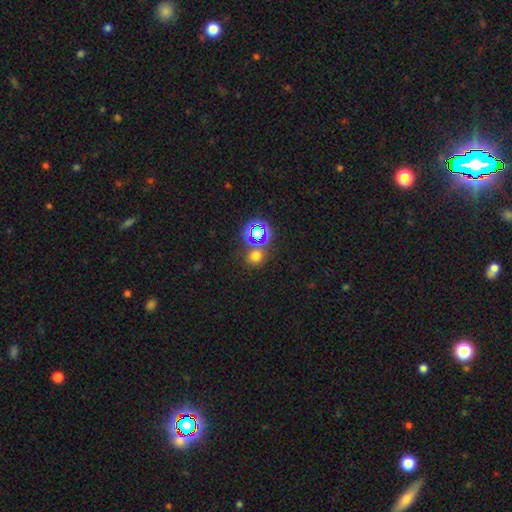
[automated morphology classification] Smooth or featured? smooth (62%)
How rounded? round (83%)
Merging? none (69%)